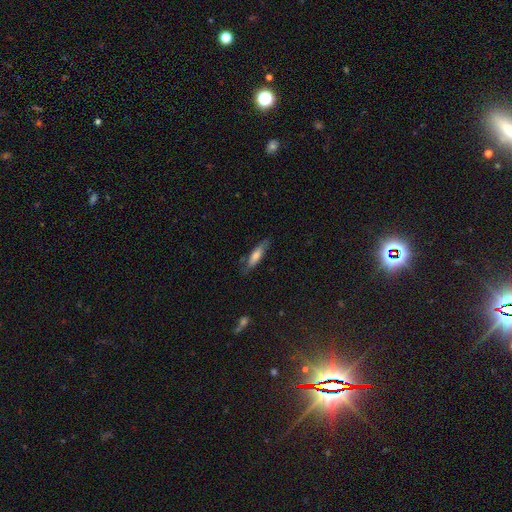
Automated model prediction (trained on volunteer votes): Overall: smooth (66%; featured or disk 27%). How rounded: cigar-shaped (67%; in between 32%). Merging: none (71%).